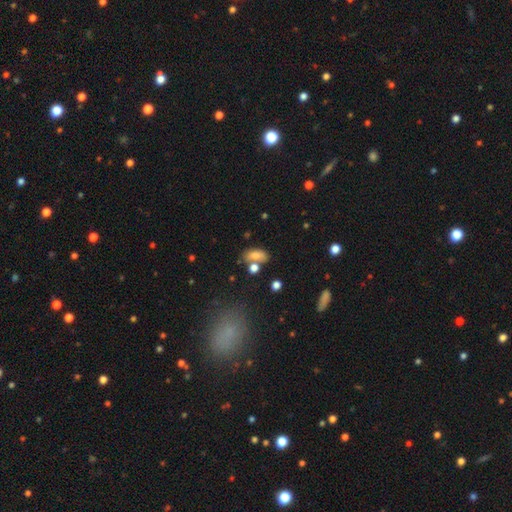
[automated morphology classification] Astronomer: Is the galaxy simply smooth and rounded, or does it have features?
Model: smooth — 75%.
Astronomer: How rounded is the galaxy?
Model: in between — 84%.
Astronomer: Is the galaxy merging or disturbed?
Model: none — 51%.